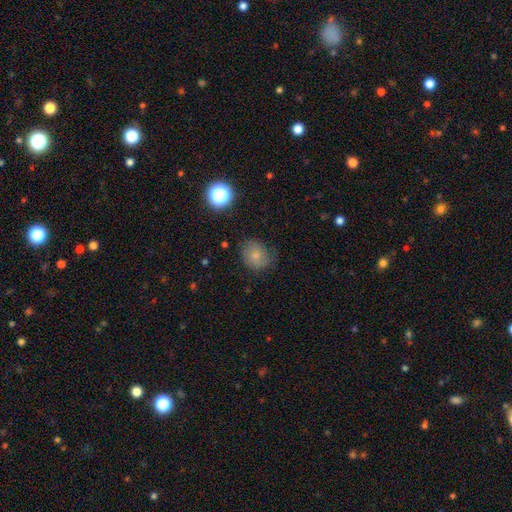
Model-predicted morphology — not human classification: smooth-or-featured: smooth: 73% | featured or disk: 15% | star or artifact: 12%
  how-rounded: round: 66% | in between: 34% | cigar-shaped: 1%
  merging: none: 67% | minor disturbance: 24% | major disturbance: 7% | merger: 1%